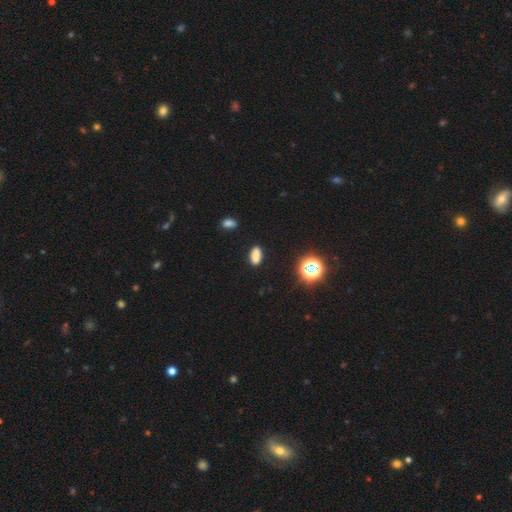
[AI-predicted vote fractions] Smooth or featured?
  - smooth: 81% *
  - star or artifact: 14%
  - featured or disk: 5%
How rounded?
  - in between: 83% *
  - cigar-shaped: 12%
  - round: 5%
Merging?
  - none: 87% *
  - minor disturbance: 9%
  - major disturbance: 2%
  - merger: 2%